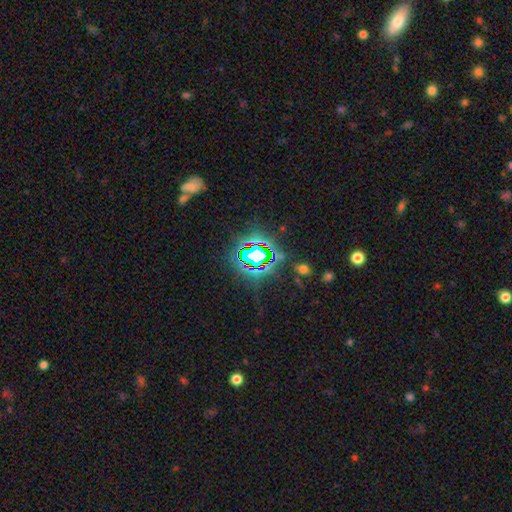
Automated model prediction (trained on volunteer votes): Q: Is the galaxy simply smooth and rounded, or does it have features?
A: star or artifact — 76%.